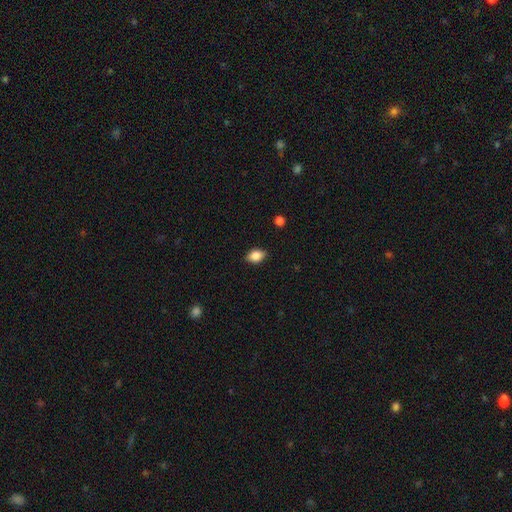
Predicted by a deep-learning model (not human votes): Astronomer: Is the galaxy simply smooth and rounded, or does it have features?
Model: smooth — 84%.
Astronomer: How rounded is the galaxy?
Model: in between — 81%.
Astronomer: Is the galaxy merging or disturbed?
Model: none — 86%.